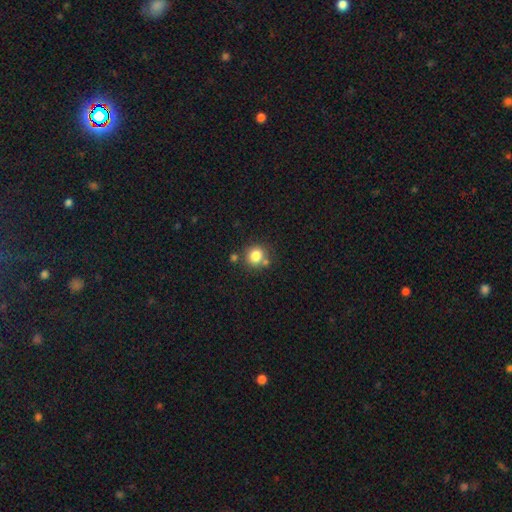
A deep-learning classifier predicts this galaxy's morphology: Smooth or featured? smooth (81%)
How rounded? round (85%)
Merging? none (70%)